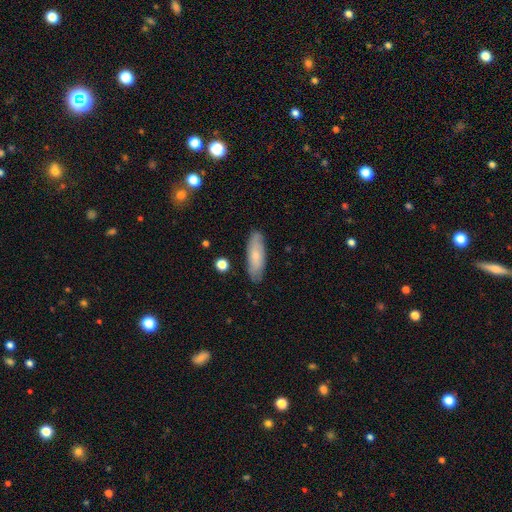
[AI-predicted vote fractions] Smooth or featured?
  - smooth: 71% *
  - featured or disk: 23%
  - star or artifact: 6%
How rounded?
  - in between: 55% *
  - cigar-shaped: 43%
  - round: 2%
Merging?
  - none: 85% *
  - minor disturbance: 11%
  - major disturbance: 2%
  - merger: 2%